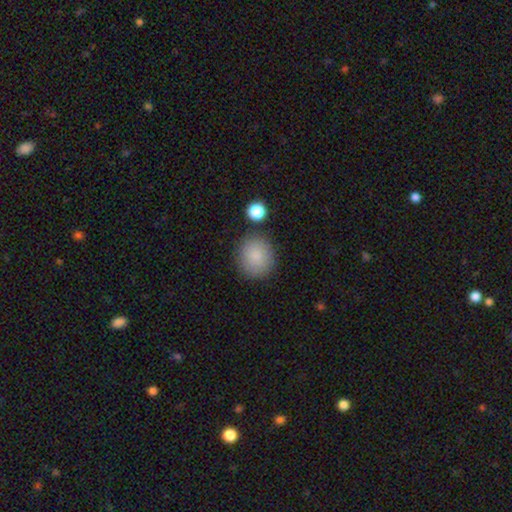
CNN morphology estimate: smooth 87%, star or artifact 8%, featured or disk 6%. Down the decision tree: how rounded — round (85%); merging — none (84%).